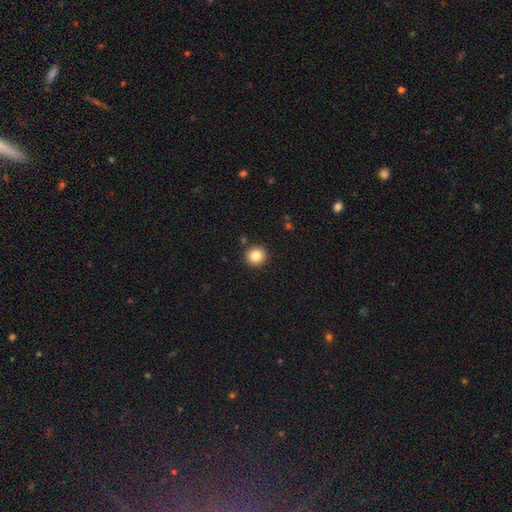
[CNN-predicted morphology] Smooth or featured? smooth (85%)
How rounded? round (91%)
Merging? none (89%)